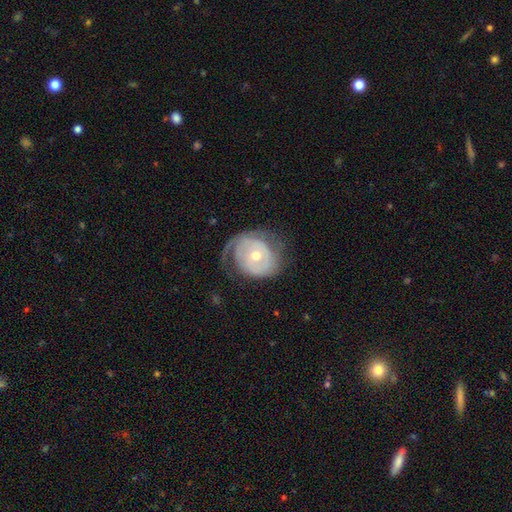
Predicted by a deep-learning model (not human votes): Q: Smooth or featured?
A: featured or disk (75%); runner-up: smooth (19%)
Q: Edge-on disk?
A: no (96%); runner-up: yes (4%)
Q: Bar?
A: no (74%); runner-up: weak (20%)
Q: Spiral arms?
A: yes (79%); runner-up: no (21%)
Q: Spiral winding?
A: tight (56%); runner-up: medium (27%)
Q: Spiral arm count?
A: 2 (36%); runner-up: 1 (31%)
Q: Bulge size?
A: moderate (54%); runner-up: small (42%)
Q: Merging?
A: none (52%); runner-up: minor disturbance (23%)